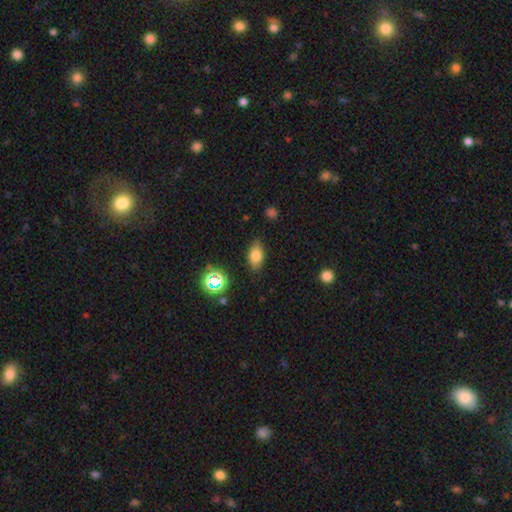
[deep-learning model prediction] This is likely a smooth galaxy (74%). How rounded: clearly in between (85%). Merging: clearly none (83%).